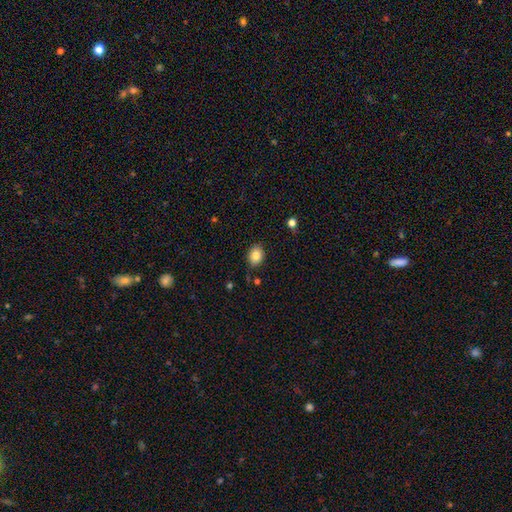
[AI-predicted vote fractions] Smooth or featured: smooth — 85% (star or artifact — 9%)
How rounded: in between — 64% (round — 35%)
Merging: none — 81% (minor disturbance — 14%)